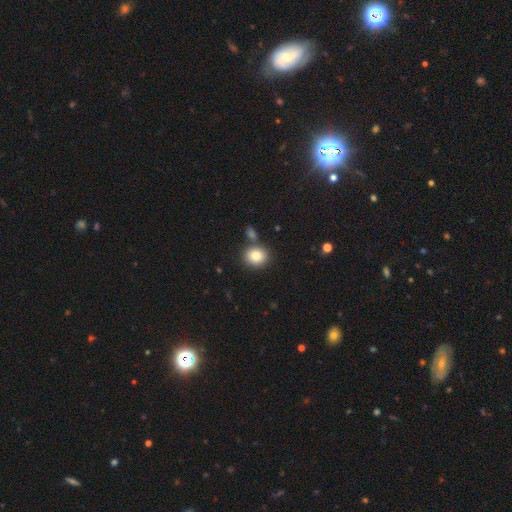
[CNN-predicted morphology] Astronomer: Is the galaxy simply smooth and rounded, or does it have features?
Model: smooth — 84%.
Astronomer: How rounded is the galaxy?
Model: round — 68%.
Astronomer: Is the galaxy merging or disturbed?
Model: none — 74%.